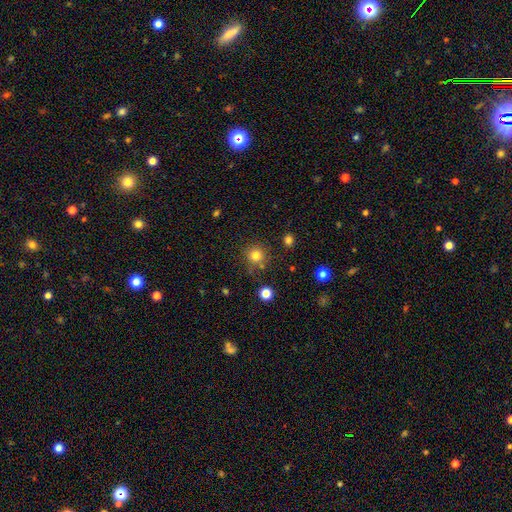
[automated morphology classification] Overall: smooth (79%). How rounded: round (93%). Merging: none (79%).